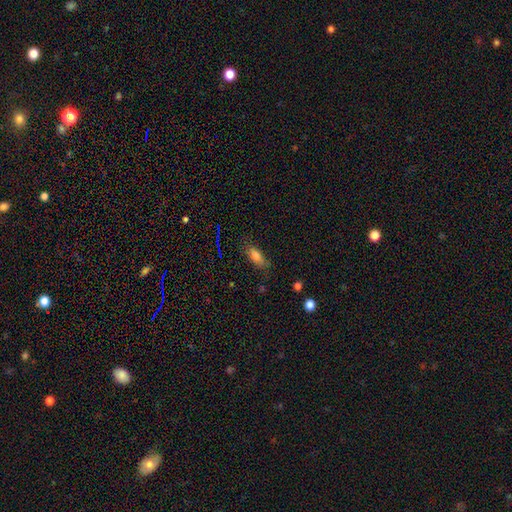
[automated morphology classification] Smooth or featured: smooth — 78% (featured or disk — 11%)
How rounded: in between — 76% (cigar-shaped — 20%)
Merging: none — 72% (minor disturbance — 21%)